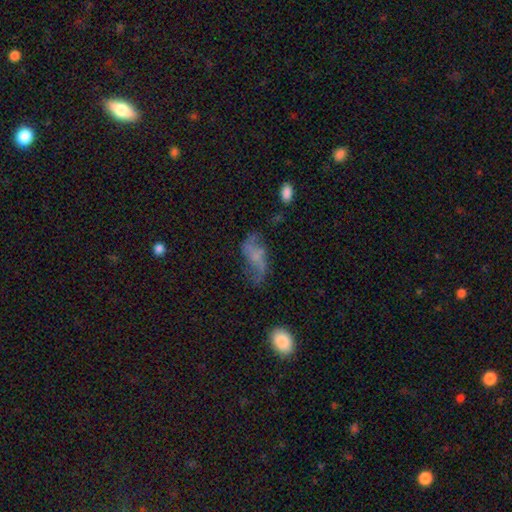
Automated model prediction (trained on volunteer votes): Smooth or featured? featured or disk (60%)
Edge-on disk? no (94%)
Bar? no (59%)
Spiral arms? yes (76%)
Bulge size? none (58%)
Merging? none (50%)